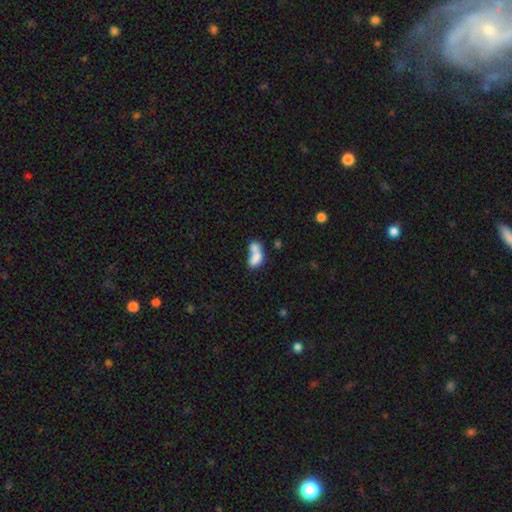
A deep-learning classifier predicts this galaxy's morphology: Q: Smooth or featured?
A: smooth (72%); runner-up: featured or disk (19%)
Q: How rounded?
A: in between (84%); runner-up: round (10%)
Q: Merging?
A: merger (67%); runner-up: none (16%)